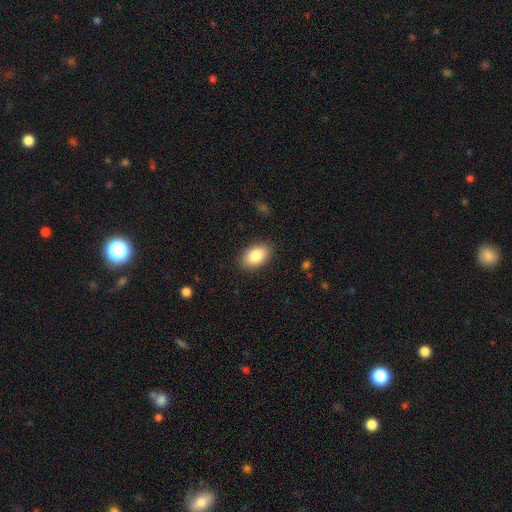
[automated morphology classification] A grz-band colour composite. It shows a smooth galaxy with no disk features (84%) that is in between round and cigar-shaped (90%). Merging: none (88%).